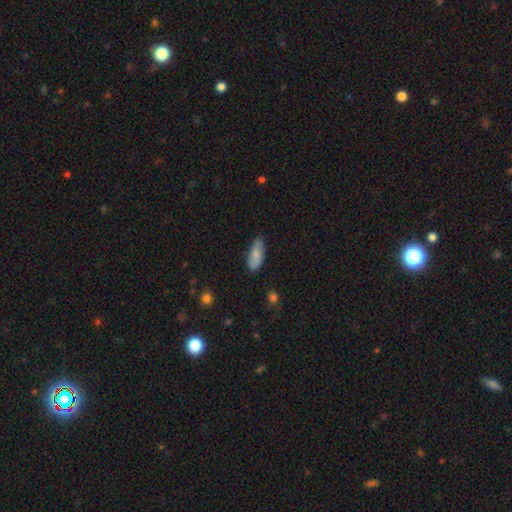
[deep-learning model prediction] smooth_or_featured: smooth (p=0.81) [alt: featured or disk p=0.13]
how_rounded: in between (p=0.77) [alt: cigar-shaped p=0.21]
merging: none (p=0.70) [alt: minor disturbance p=0.24]